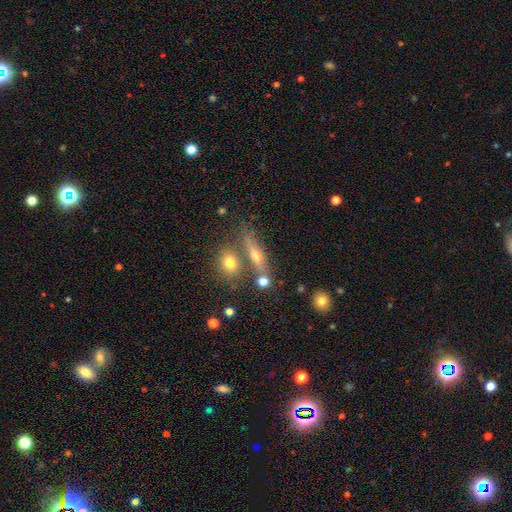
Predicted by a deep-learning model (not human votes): Smooth or featured?
  - featured or disk: 45% *
  - smooth: 42%
  - star or artifact: 13%
Merging?
  - none: 64% *
  - merger: 18%
  - minor disturbance: 13%
  - major disturbance: 5%